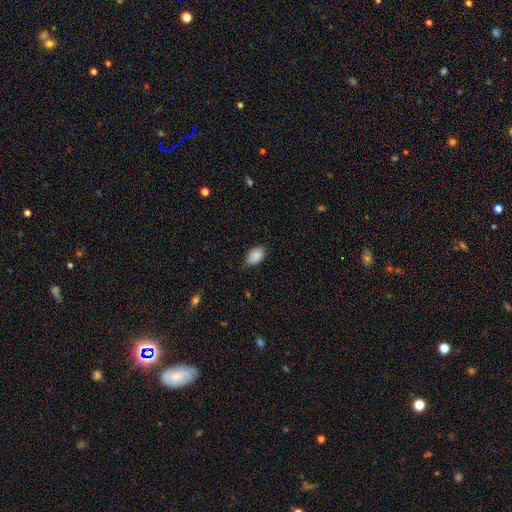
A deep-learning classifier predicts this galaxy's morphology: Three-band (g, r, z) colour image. It shows a smooth galaxy with no disk features (88%) that is in between round and cigar-shaped (92%). Merging: none (77%).